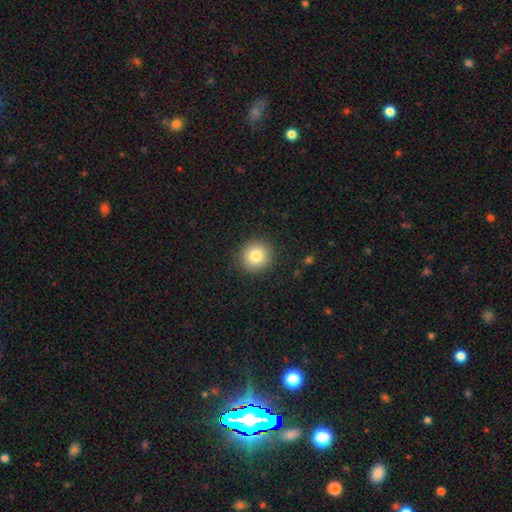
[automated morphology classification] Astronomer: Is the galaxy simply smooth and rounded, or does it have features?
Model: smooth — 82%.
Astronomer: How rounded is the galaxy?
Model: round — 92%.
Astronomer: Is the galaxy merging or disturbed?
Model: none — 90%.